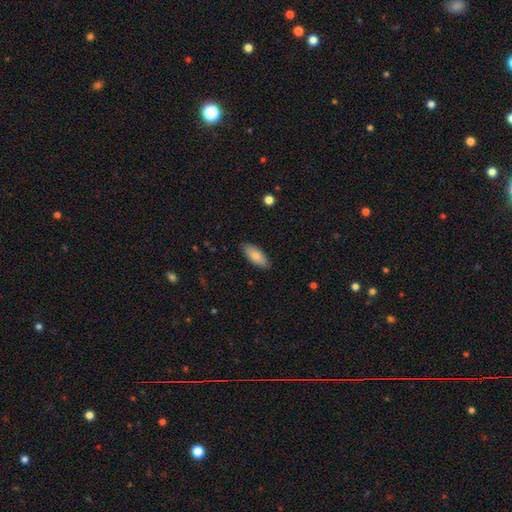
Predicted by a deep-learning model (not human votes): A smooth galaxy with no disk features (80%) that is in between round and cigar-shaped (83%). Merging: none (87%).